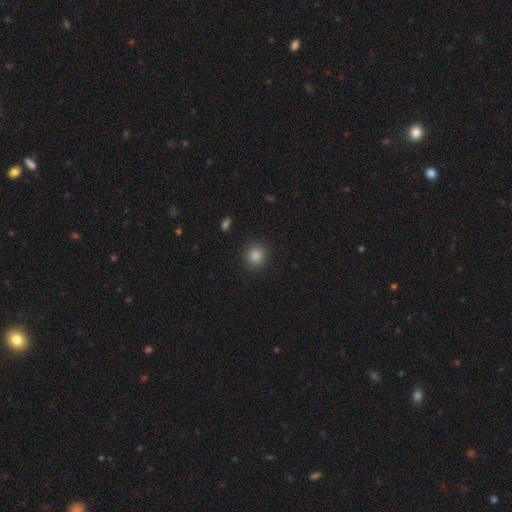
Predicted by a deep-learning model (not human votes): Smooth or featured: smooth — 85% (star or artifact — 10%)
How rounded: round — 84% (in between — 15%)
Merging: none — 89% (minor disturbance — 7%)